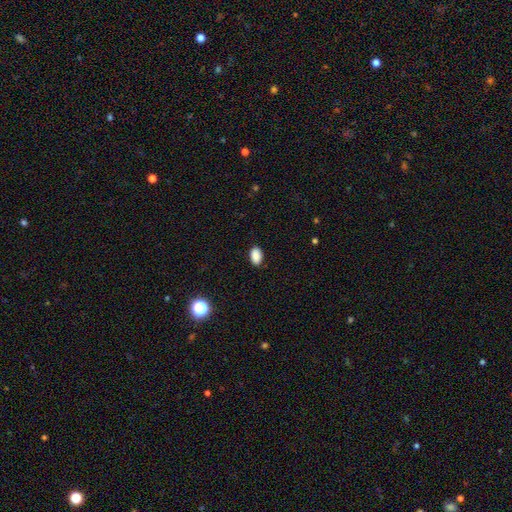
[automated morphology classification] smooth_or_featured: smooth (p=0.88) [alt: star or artifact p=0.09]
how_rounded: in between (p=0.89) [alt: round p=0.09]
merging: none (p=0.87) [alt: minor disturbance p=0.10]